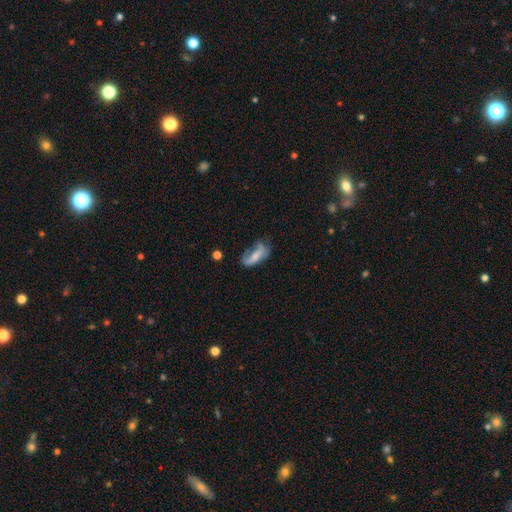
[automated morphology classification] A smooth galaxy with no disk features (55%) that is in between round and cigar-shaped (81%). Merging: major disturbance (33%).